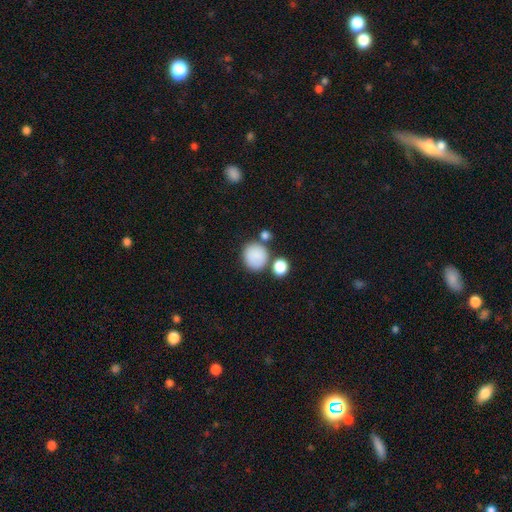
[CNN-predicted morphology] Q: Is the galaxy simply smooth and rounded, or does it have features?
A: smooth — 86%.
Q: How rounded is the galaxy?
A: round — 82%.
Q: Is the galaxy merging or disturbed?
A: none — 70%.